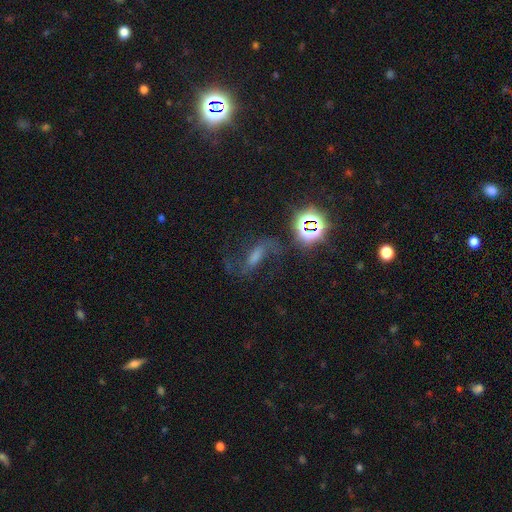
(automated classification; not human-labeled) featured or disk 54%, star or artifact 27%, smooth 19%. Down the decision tree: edge-on disk — no (90%); merging — none (60%).